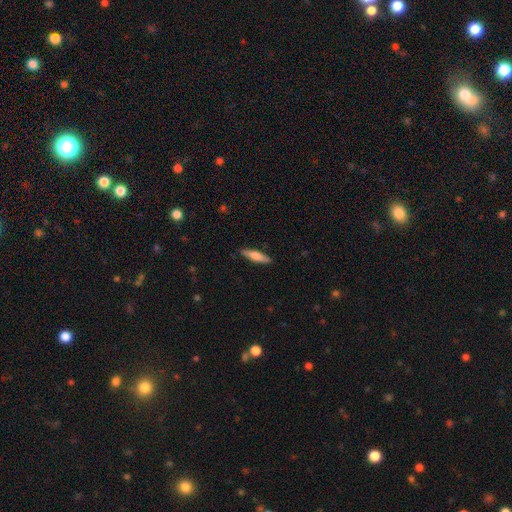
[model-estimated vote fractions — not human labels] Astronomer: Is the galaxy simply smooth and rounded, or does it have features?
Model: smooth — 66%.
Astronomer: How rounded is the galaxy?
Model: cigar-shaped — 77%.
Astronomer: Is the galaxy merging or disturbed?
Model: none — 89%.